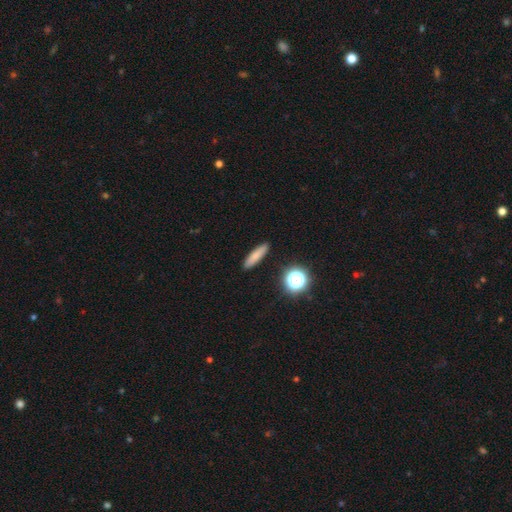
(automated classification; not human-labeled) Smooth or featured? smooth (76%)
How rounded? cigar-shaped (74%)
Merging? none (90%)